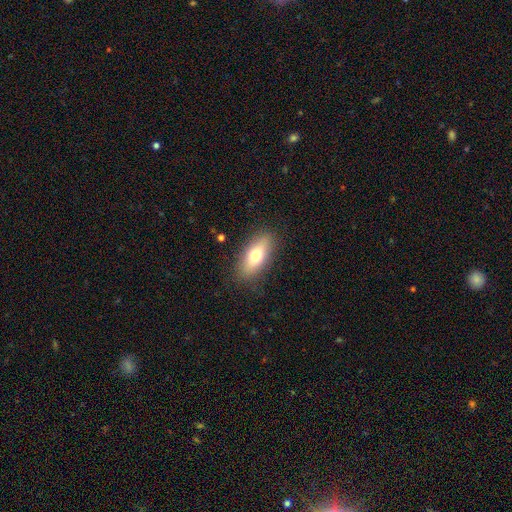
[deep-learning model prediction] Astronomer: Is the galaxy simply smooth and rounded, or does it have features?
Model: smooth — 68%.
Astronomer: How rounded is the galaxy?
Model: in between — 75%.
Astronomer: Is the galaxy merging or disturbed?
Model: none — 86%.